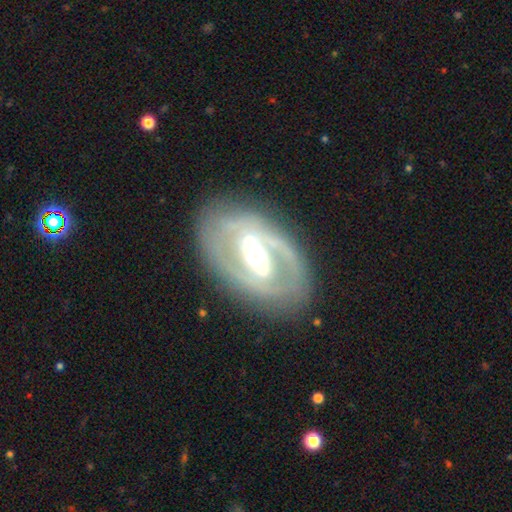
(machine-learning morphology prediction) featured or disk 85%, smooth 10%, star or artifact 5%. Down the decision tree: edge-on disk — no (94%); bar — strong (51%); spiral arms — yes (78%); spiral arm count — 2 (75%); spiral winding — tight (47%); bulge size — moderate (66%); merging — none (77%).